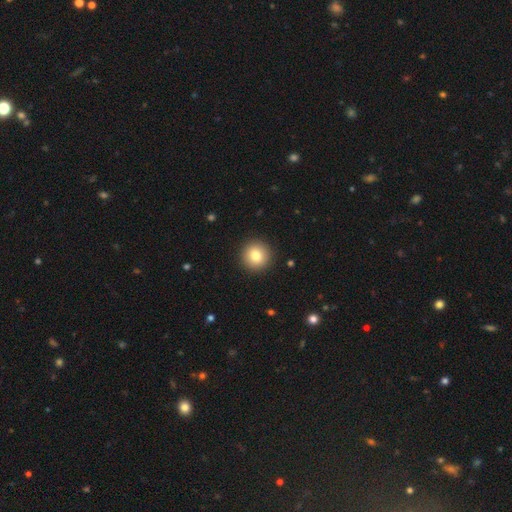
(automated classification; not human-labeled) Smooth or featured: smooth — 80% (featured or disk — 10%)
How rounded: round — 95% (in between — 5%)
Merging: none — 93% (minor disturbance — 5%)